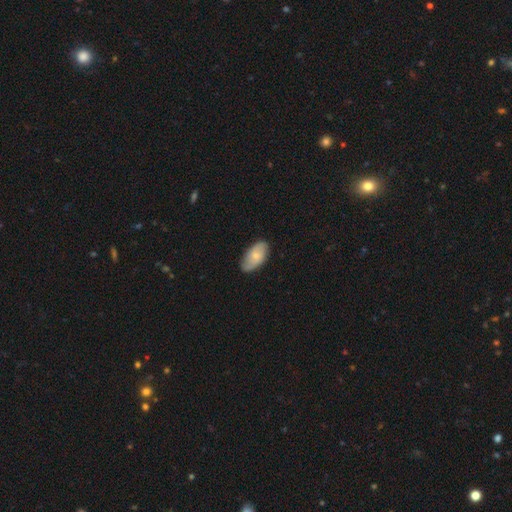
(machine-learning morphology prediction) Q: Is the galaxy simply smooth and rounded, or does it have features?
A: smooth — 62%.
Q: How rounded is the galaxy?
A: in between — 94%.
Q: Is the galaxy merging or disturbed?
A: none — 80%.